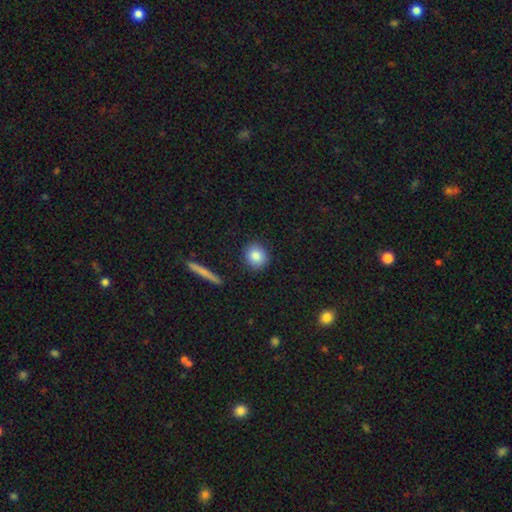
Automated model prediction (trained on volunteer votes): This appears to be a smooth galaxy with no disk features (86%) that is round (85%). Merging: none (90%).